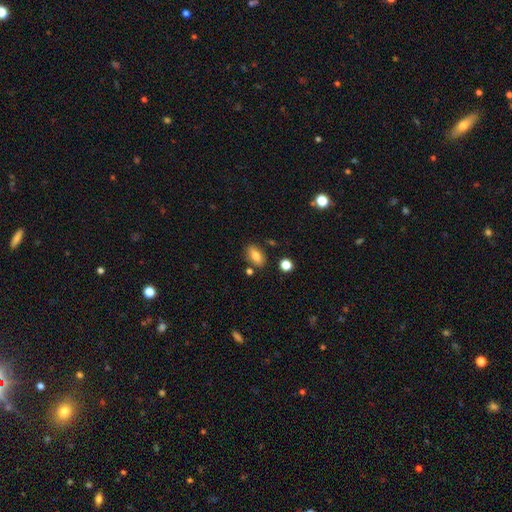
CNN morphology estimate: Smooth or featured? smooth (82%)
How rounded? in between (88%)
Merging? none (80%)